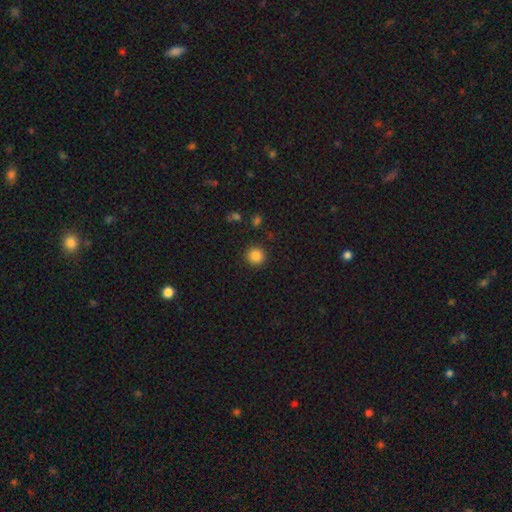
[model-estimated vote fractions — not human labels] The model was most divided on "smooth or featured": smooth: 86%, star or artifact: 11%, featured or disk: 4%. More confident: how rounded — round (95%); merging — none (91%).